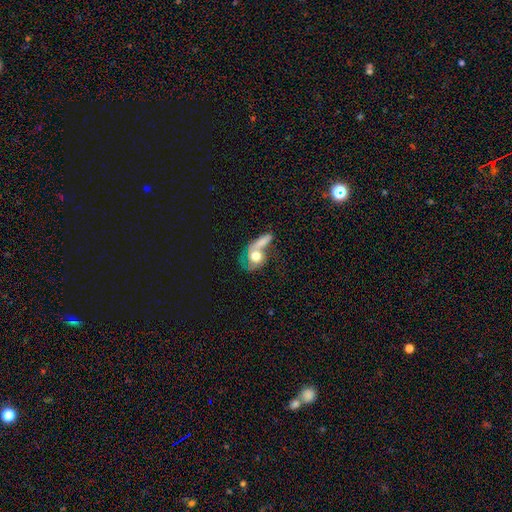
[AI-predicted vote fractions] smooth-or-featured: smooth: 44% | featured or disk: 33% | star or artifact: 23%
  merging: merger: 49% | none: 30% | minor disturbance: 11% | major disturbance: 10%